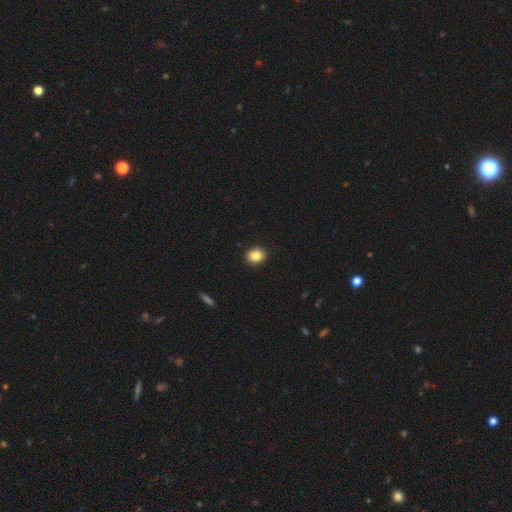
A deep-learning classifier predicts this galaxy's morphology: This appears to be a smooth galaxy with no disk features (85%) that is round (59%). Merging: none (91%).